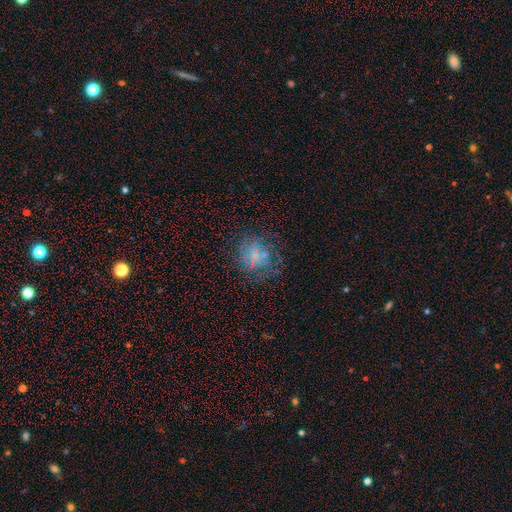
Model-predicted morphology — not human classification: smooth 45%, star or artifact 34%, featured or disk 20%. Down the decision tree: merging — none (75%).